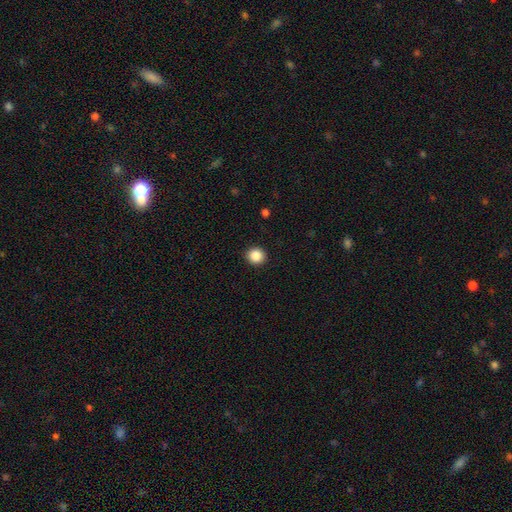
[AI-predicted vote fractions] smooth-or-featured: smooth: 87% | star or artifact: 9% | featured or disk: 4%
  how-rounded: round: 90% | in between: 9% | cigar-shaped: 1%
  merging: none: 92% | minor disturbance: 5% | major disturbance: 2% | merger: 1%